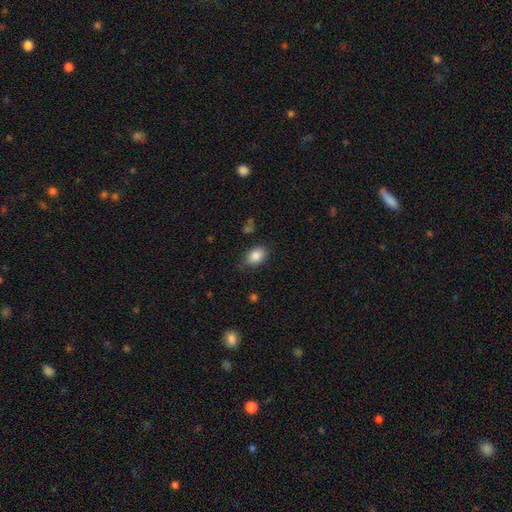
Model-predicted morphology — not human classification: Smooth or featured: smooth — 85% (star or artifact — 8%)
How rounded: in between — 77% (round — 22%)
Merging: none — 76% (minor disturbance — 18%)